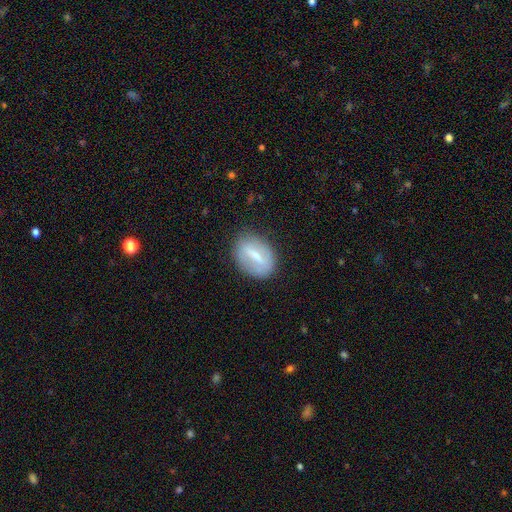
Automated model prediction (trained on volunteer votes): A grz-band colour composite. It shows a featured or disk galaxy (47%). Merging: none (79%).